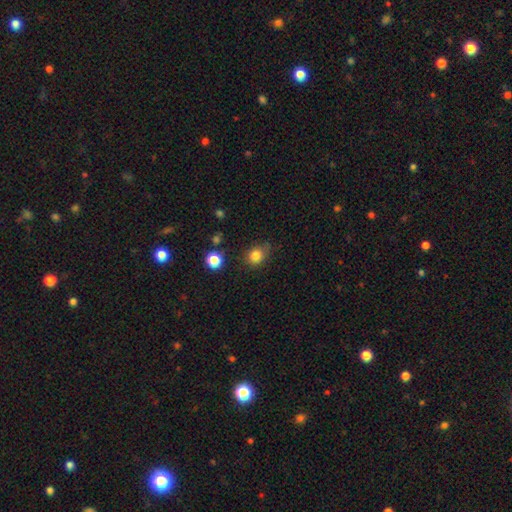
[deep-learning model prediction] A smooth galaxy with no disk features (82%) that is round (67%). Merging: none (67%).